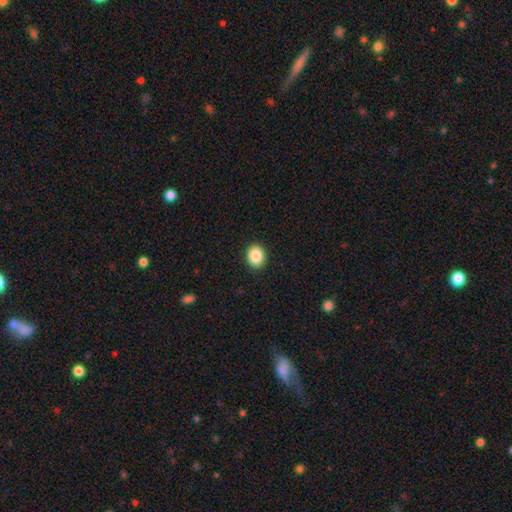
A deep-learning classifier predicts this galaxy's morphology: This is clearly a smooth galaxy (87%). How rounded: possibly round (56%). Merging: clearly none (91%).